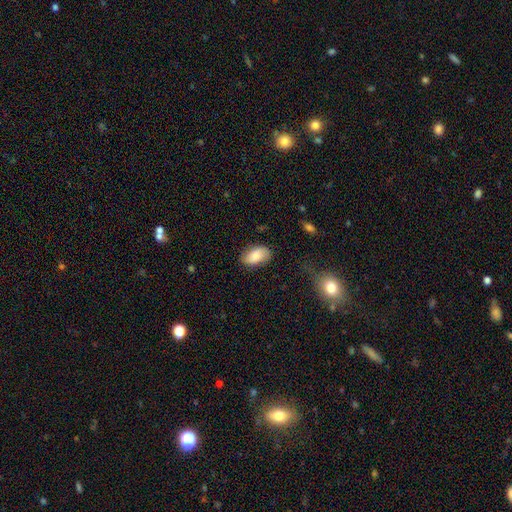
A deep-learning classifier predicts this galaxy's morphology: A smooth galaxy with no disk features (79%) that is in between round and cigar-shaped (93%). Merging: none (78%).